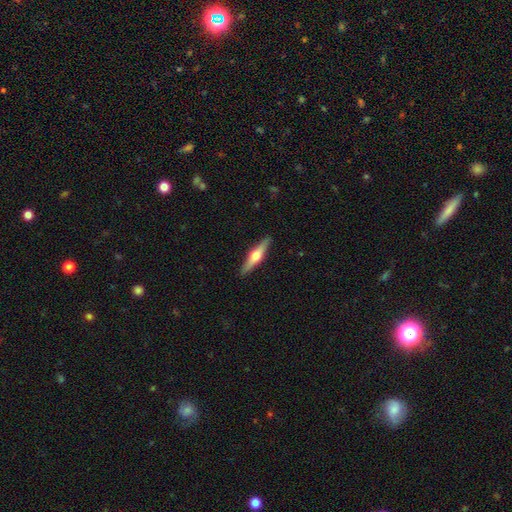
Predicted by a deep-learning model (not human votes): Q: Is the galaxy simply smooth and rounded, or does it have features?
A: featured or disk — 64%.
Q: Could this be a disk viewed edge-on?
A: yes — 96%.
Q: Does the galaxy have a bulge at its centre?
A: rounded — 95%.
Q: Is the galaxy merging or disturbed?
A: none — 91%.